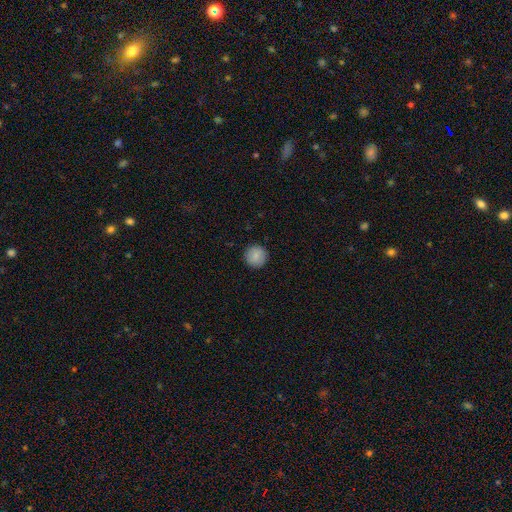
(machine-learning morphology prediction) Smooth or featured? Predicted: smooth (p=0.87). How rounded? Predicted: round (p=0.96). Merging? Predicted: none (p=0.92).